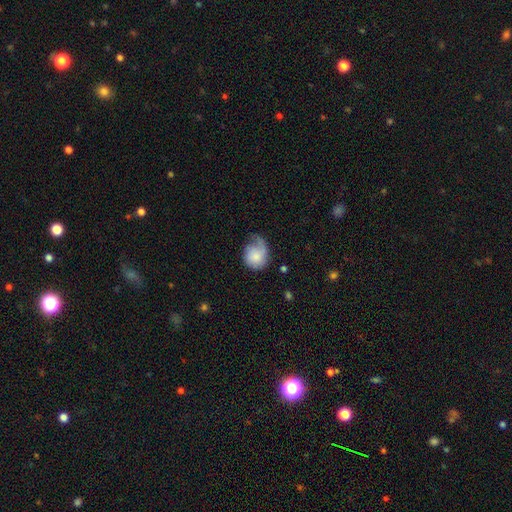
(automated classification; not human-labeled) smooth_or_featured: smooth (p=0.63) [alt: featured or disk p=0.30]
how_rounded: round (p=0.63) [alt: in between p=0.36]
merging: major disturbance (p=0.35) [alt: minor disturbance p=0.33]